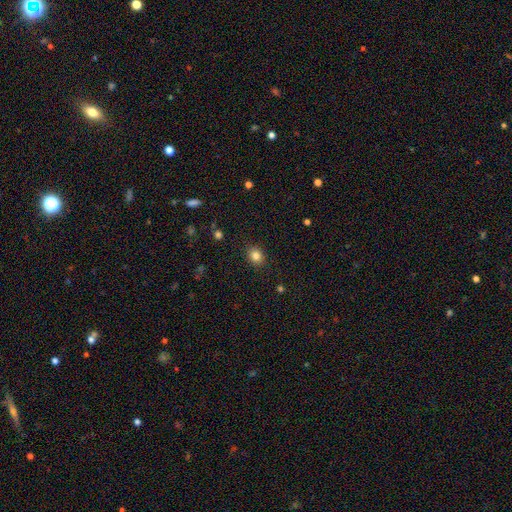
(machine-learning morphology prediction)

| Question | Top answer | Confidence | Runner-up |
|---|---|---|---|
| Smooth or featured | smooth | 83% | star or artifact (11%) |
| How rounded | round | 61% | in between (38%) |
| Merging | none | 88% | minor disturbance (9%) |